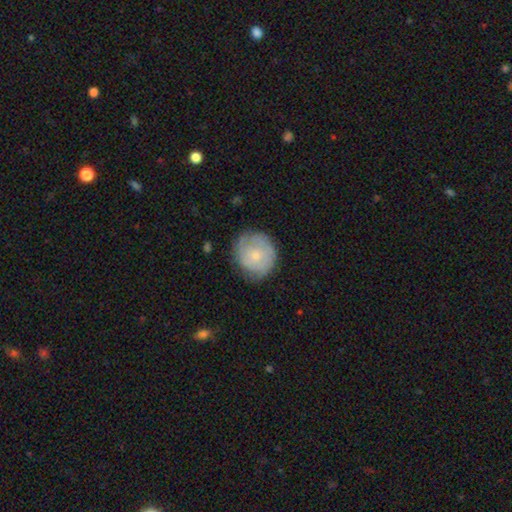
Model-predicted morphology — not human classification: Smooth or featured? smooth (49%)
Merging? none (73%)